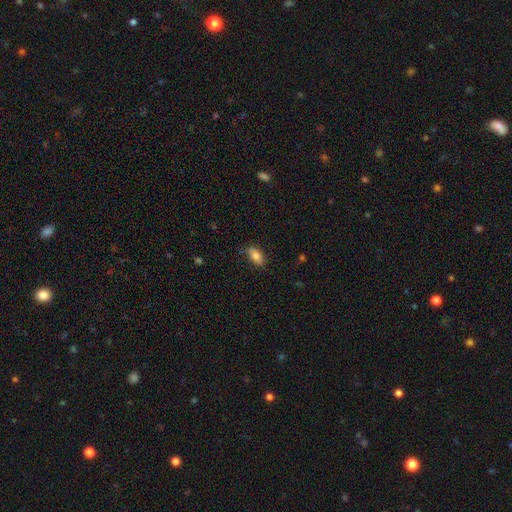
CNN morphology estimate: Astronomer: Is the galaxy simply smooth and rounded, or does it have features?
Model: smooth — 80%.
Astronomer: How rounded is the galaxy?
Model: in between — 88%.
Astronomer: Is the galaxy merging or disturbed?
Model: none — 79%.